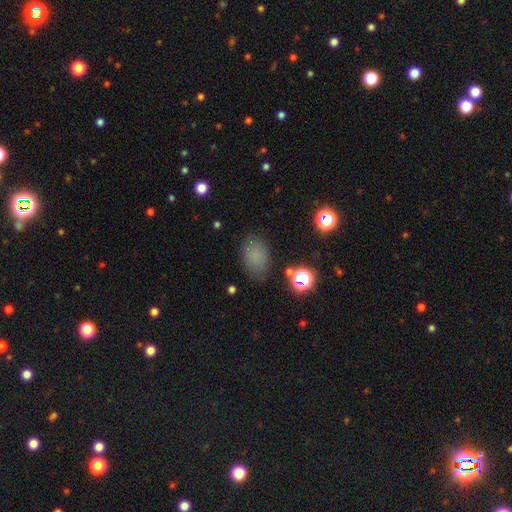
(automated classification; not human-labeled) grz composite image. It shows a smooth galaxy with no disk features (78%) that is in between round and cigar-shaped (82%). Merging: none (80%).